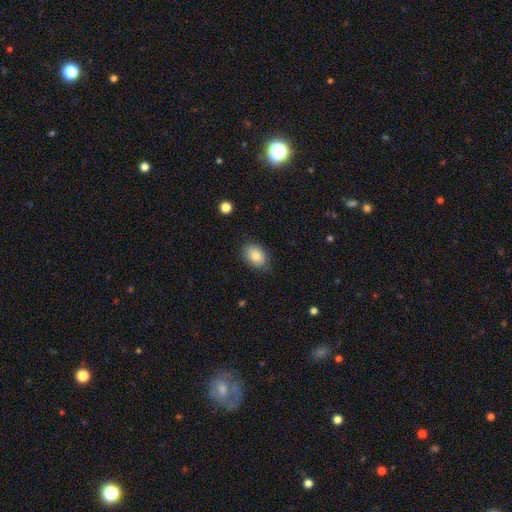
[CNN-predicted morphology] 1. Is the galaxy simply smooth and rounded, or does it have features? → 83% smooth, 10% featured or disk, 8% star or artifact.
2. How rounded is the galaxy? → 82% in between, 16% round, 1% cigar-shaped.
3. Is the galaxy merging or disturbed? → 81% none, 15% minor disturbance, 3% major disturbance, 1% merger.